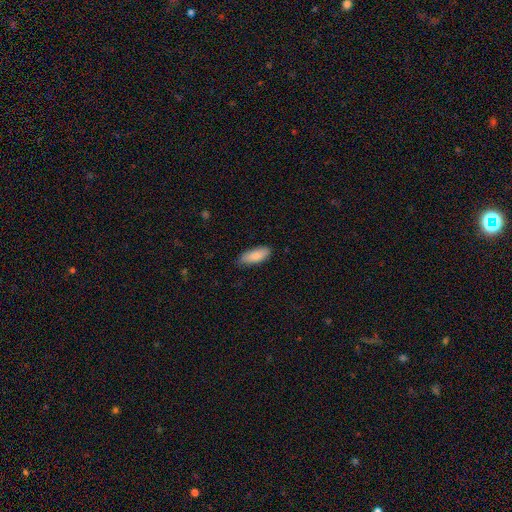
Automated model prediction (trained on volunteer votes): This is clearly a smooth galaxy (86%). How rounded: likely in between (77%). Merging: clearly none (80%).